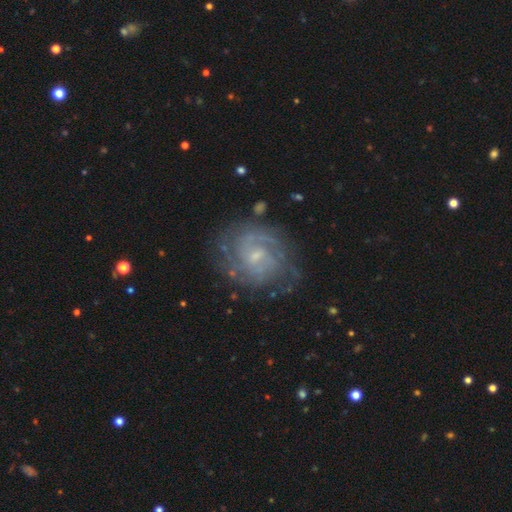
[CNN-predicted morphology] featured or disk 84%, smooth 9%, star or artifact 7%. Down the decision tree: edge-on disk — no (98%); bar — weak (49%); spiral arms — yes (95%); spiral arm count — 2 (40%); spiral winding — tight (62%); bulge size — small (66%); merging — none (75%).